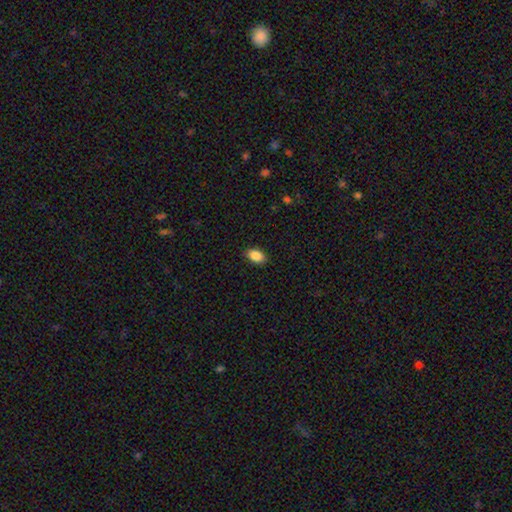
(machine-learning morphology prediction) smooth 88%, star or artifact 8%, featured or disk 4%. Down the decision tree: how rounded — in between (90%); merging — none (89%).